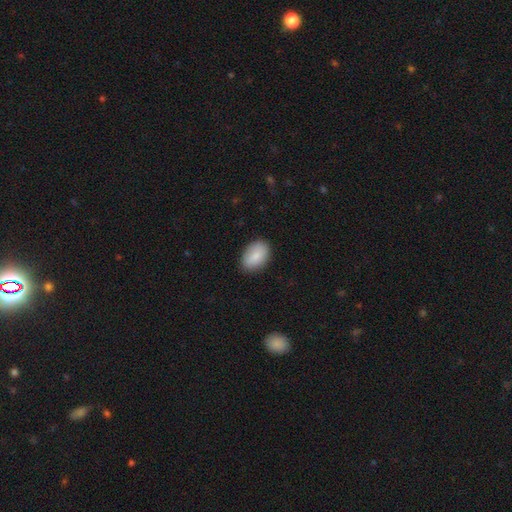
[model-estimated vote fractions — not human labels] The model was most divided on "merging": none: 85%, minor disturbance: 11%, major disturbance: 3%, merger: 1%. More confident: how rounded — in between (89%); smooth or featured — smooth (86%).